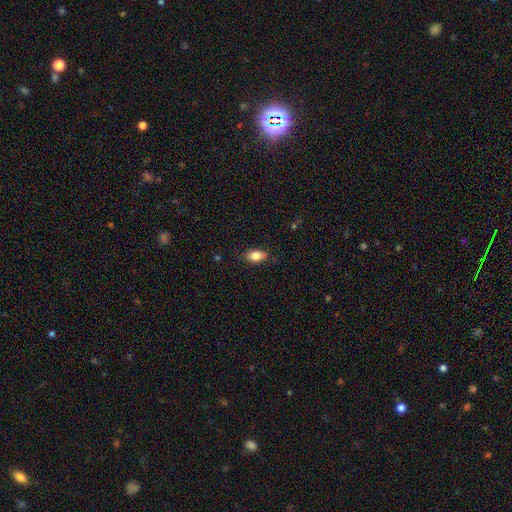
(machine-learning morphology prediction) Overall: smooth (82%). How rounded: in between (88%). Merging: none (83%).